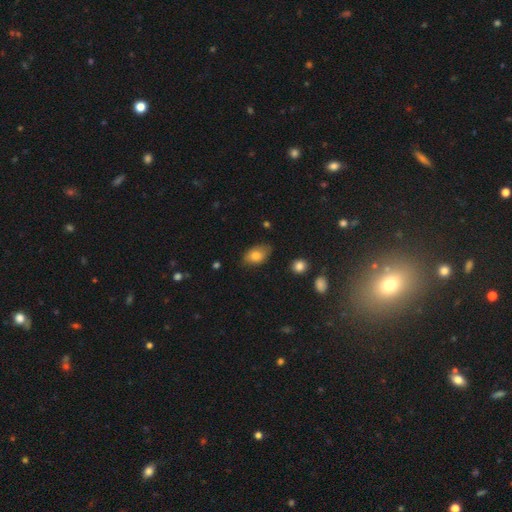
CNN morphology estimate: smooth 79%, featured or disk 13%, star or artifact 8%. Down the decision tree: how rounded — in between (88%); merging — none (70%).